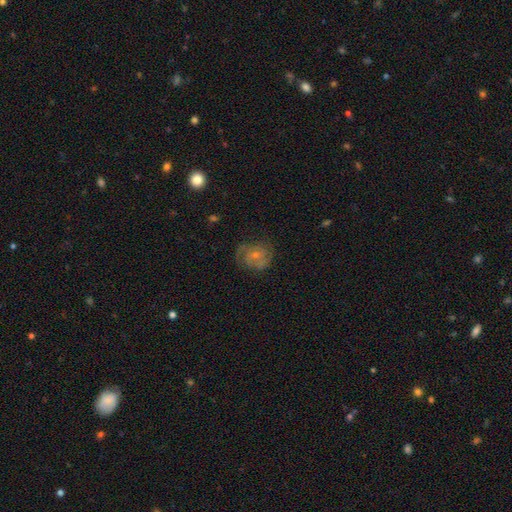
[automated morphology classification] Smooth or featured?
  - featured or disk: 69% *
  - smooth: 23%
  - star or artifact: 8%
Edge-on disk?
  - no: 98% *
  - yes: 2%
Bar?
  - no: 70% *
  - weak: 26%
  - strong: 4%
Spiral arms?
  - yes: 89% *
  - no: 11%
Spiral winding?
  - medium: 44% *
  - tight: 42%
  - loose: 15%
Spiral arm count?
  - 2: 52% *
  - can't tell: 21%
  - 3: 14%
  - 1: 5%
  - 4: 4%
  - more than 4: 3%
Bulge size?
  - small: 64% *
  - moderate: 28%
  - none: 5%
  - large: 2%
  - dominant: 1%
Merging?
  - none: 67% *
  - minor disturbance: 20%
  - major disturbance: 11%
  - merger: 2%